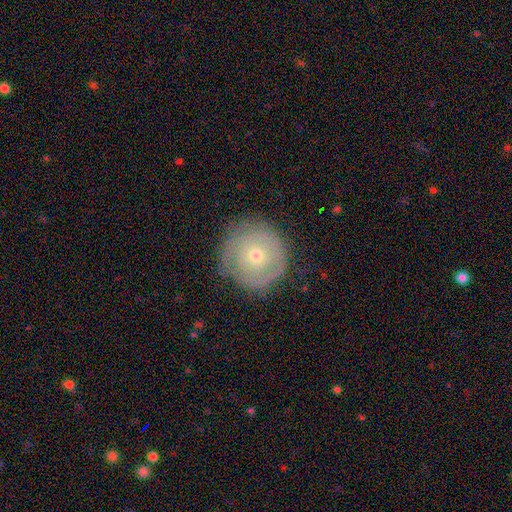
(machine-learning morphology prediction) The model was most divided on "smooth or featured": featured or disk: 55%, smooth: 37%, star or artifact: 8%. More confident: edge-on disk — no (96%); bar — no (86%); merging — none (78%); spiral arms — yes (62%); bulge size — small (61%).